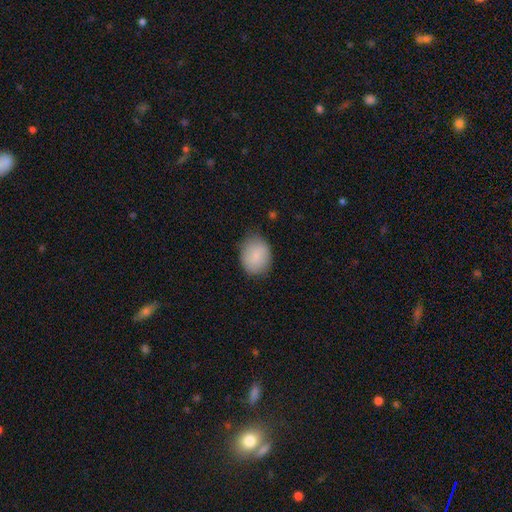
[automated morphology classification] Smooth or featured: smooth — 82% (featured or disk — 11%)
How rounded: in between — 61% (round — 38%)
Merging: none — 78% (minor disturbance — 18%)